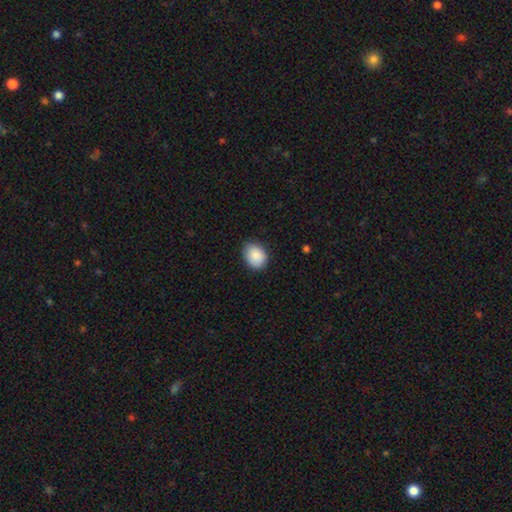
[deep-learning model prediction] A smooth galaxy with no disk features (88%) that is in between round and cigar-shaped (60%).

Vote fractions:
- Smooth or featured? smooth: 88% / star or artifact: 7% / featured or disk: 5%
- How rounded? in between: 60% / round: 39% / cigar-shaped: 1%
- Merging? none: 77% / minor disturbance: 19% / major disturbance: 3% / merger: 1%